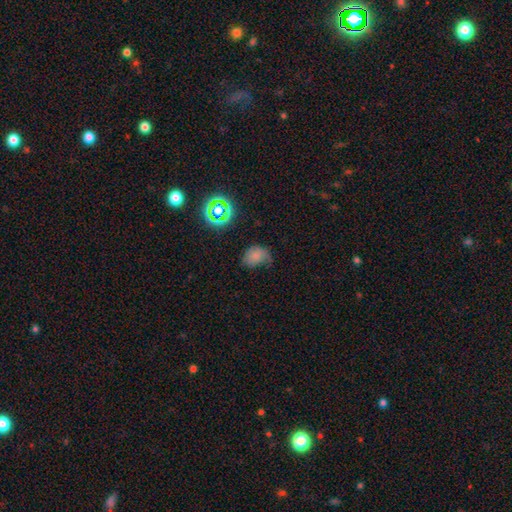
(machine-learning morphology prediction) Smooth or featured? smooth (68%)
How rounded? in between (63%)
Merging? none (42%)